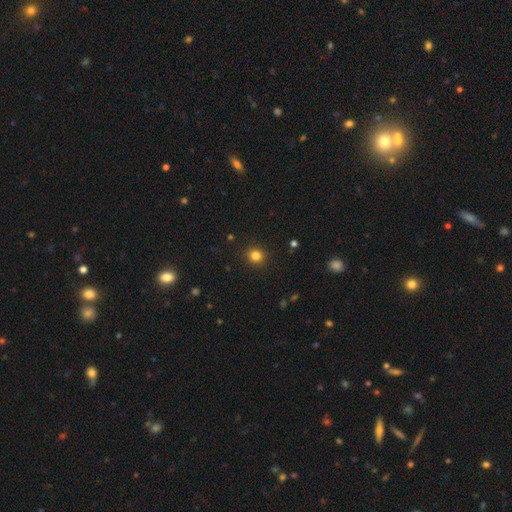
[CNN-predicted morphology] smooth-or-featured: smooth: 82% | star or artifact: 13% | featured or disk: 5%
  how-rounded: round: 85% | in between: 14% | cigar-shaped: 1%
  merging: none: 91% | minor disturbance: 6% | major disturbance: 2% | merger: 1%